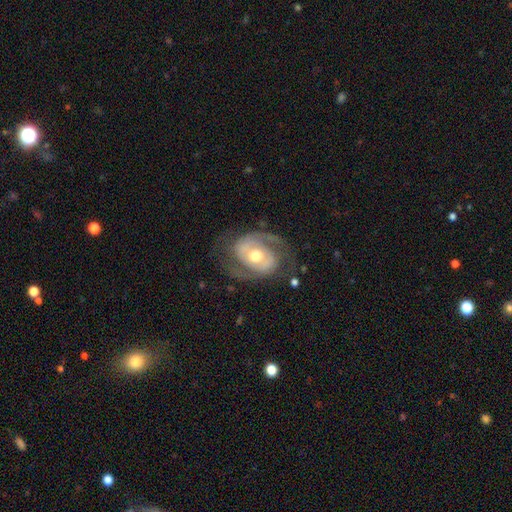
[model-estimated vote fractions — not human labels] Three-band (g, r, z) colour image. It shows a featured or disk galaxy (85%) with no bar (59%), 2 (87%) medium (48%) spiral arms (93%) and a moderate central bulge (73%). Merging: none (73%).